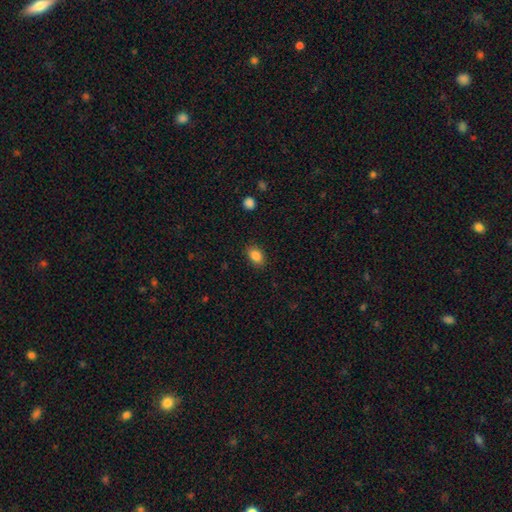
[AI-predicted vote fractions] A smooth galaxy with no disk features (86%) that is in between round and cigar-shaped (82%).

Vote fractions:
- Smooth or featured? smooth: 86% / star or artifact: 9% / featured or disk: 5%
- How rounded? in between: 82% / round: 17% / cigar-shaped: 1%
- Merging? none: 87% / minor disturbance: 9% / major disturbance: 3% / merger: 1%